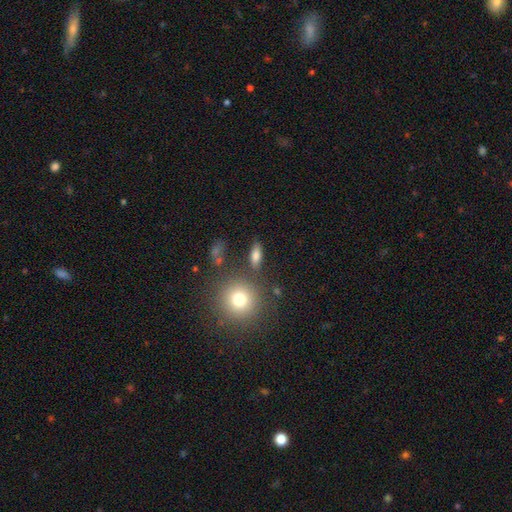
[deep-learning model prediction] Smooth or featured: smooth — 77% (featured or disk — 12%)
How rounded: in between — 69% (cigar-shaped — 20%)
Merging: none — 78% (minor disturbance — 12%)